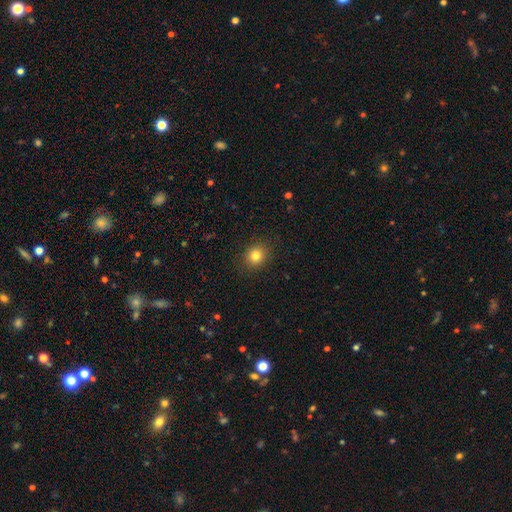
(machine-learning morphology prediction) type=smooth (81%); roundness=round (72%); merging=none (89%).